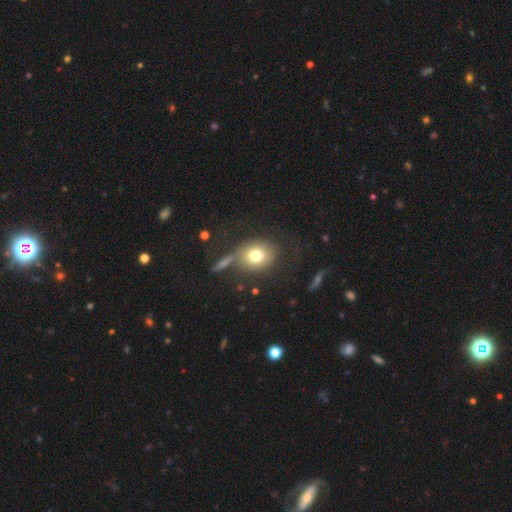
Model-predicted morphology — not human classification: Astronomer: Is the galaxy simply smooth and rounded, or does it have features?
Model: smooth — 74%.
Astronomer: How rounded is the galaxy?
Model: round — 59% (runner-up: in between, 40%).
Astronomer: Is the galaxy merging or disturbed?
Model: none — 59%.